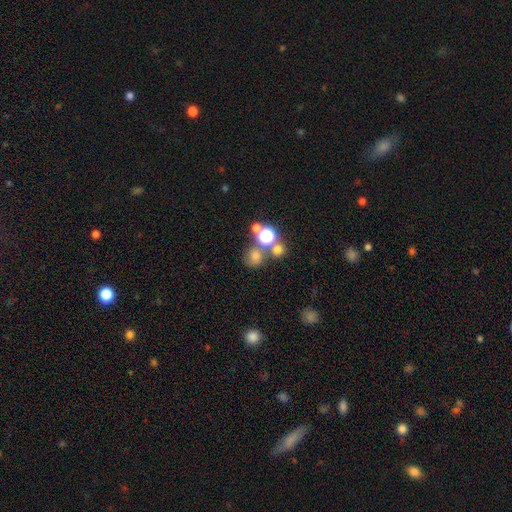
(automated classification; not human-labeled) Overall: smooth (58%; star or artifact 32%). How rounded: round (83%). Merging: none (61%; merger 25%).